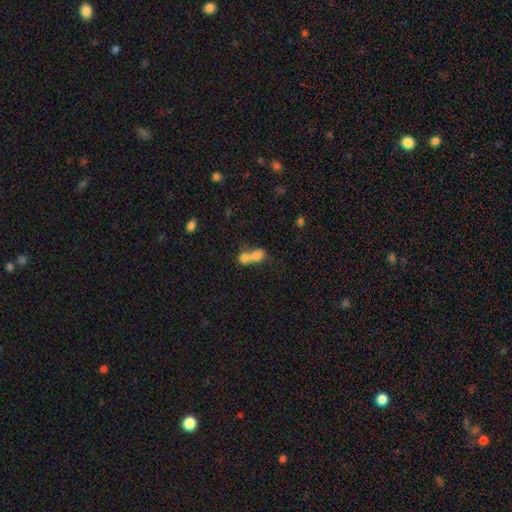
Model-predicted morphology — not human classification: Q: Smooth or featured?
A: smooth (72%); runner-up: featured or disk (18%)
Q: How rounded?
A: in between (58%); runner-up: round (37%)
Q: Merging?
A: merger (76%); runner-up: none (15%)